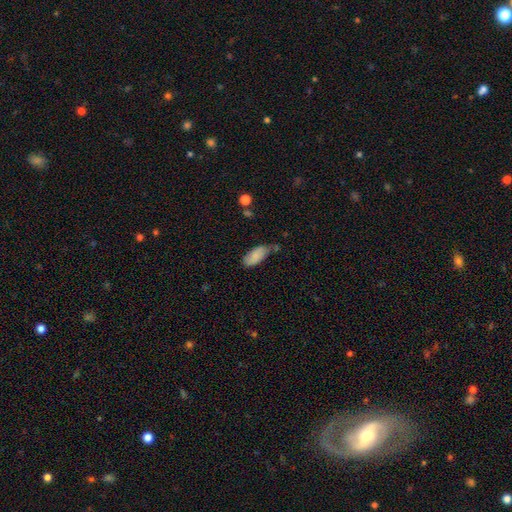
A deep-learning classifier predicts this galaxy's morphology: type=smooth (83%); roundness=in between (89%); merging=none (55%).